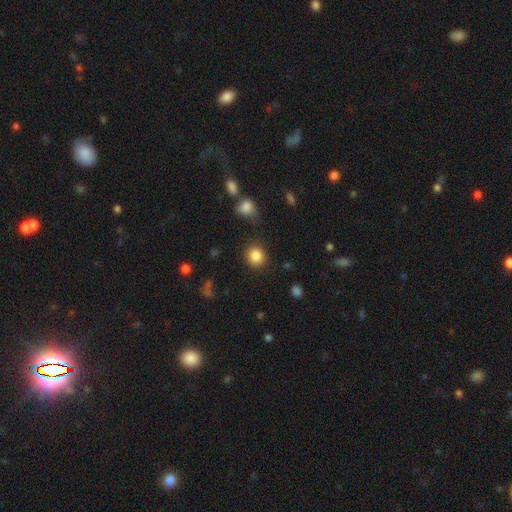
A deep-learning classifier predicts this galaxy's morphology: A smooth galaxy with no disk features (86%) that is round (86%).

Vote fractions:
- Smooth or featured? smooth: 86% / star or artifact: 10% / featured or disk: 4%
- How rounded? round: 86% / in between: 13% / cigar-shaped: 1%
- Merging? none: 84% / minor disturbance: 10% / major disturbance: 4% / merger: 3%